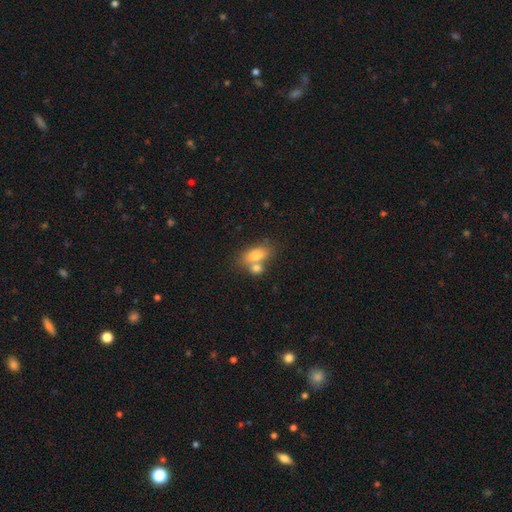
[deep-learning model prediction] This is likely a smooth galaxy (77%). How rounded: clearly in between (82%). Merging: marginally merger (43%).